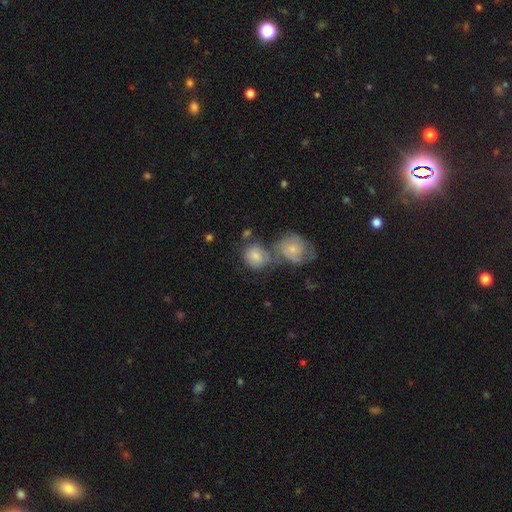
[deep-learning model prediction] smooth_or_featured: smooth (p=0.55) [alt: featured or disk p=0.33]
how_rounded: round (p=0.73) [alt: in between p=0.26]
merging: merger (p=0.42) [alt: none p=0.40]